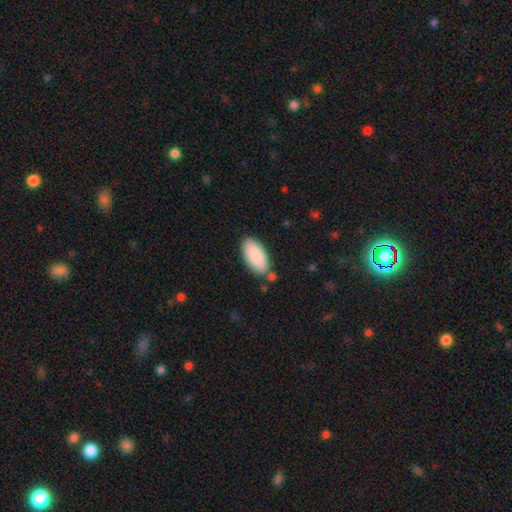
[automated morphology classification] The model was most divided on "merging": none: 80%, minor disturbance: 12%, merger: 5%, major disturbance: 3%. More confident: how rounded — in between (93%); smooth or featured — smooth (89%).